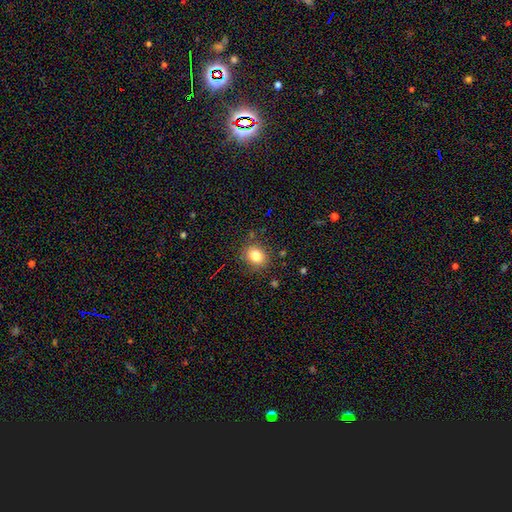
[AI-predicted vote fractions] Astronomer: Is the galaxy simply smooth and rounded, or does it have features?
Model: smooth — 82%.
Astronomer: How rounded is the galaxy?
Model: round — 58% (runner-up: in between, 41%).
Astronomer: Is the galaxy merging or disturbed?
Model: none — 83%.